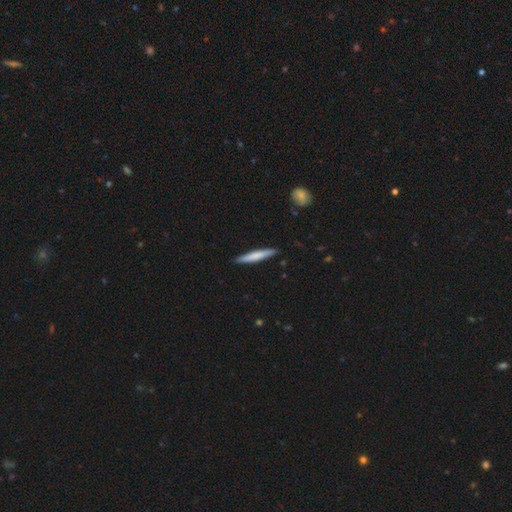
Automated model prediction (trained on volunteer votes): Q: Smooth or featured?
A: smooth (69%); runner-up: featured or disk (26%)
Q: How rounded?
A: cigar-shaped (95%); runner-up: in between (4%)
Q: Merging?
A: none (90%); runner-up: minor disturbance (8%)